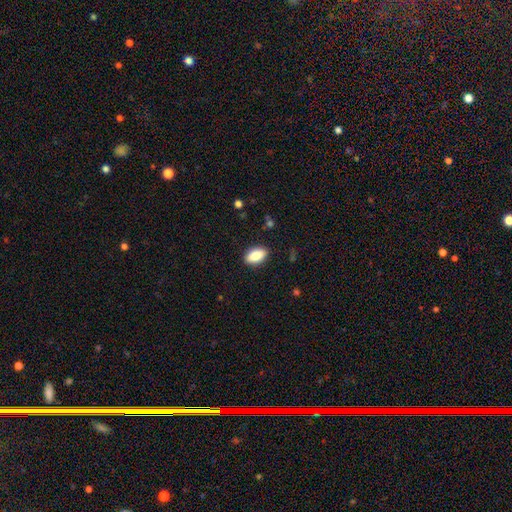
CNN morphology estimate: Smooth or featured: smooth — 83% (featured or disk — 10%)
How rounded: in between — 90% (cigar-shaped — 5%)
Merging: none — 88% (minor disturbance — 8%)